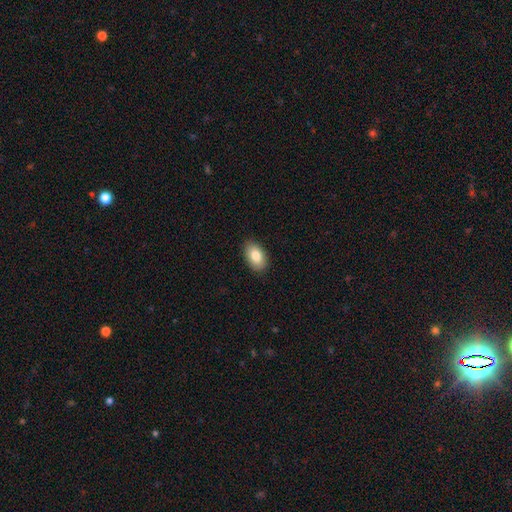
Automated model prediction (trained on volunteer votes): Smooth or featured? smooth (84%)
How rounded? in between (92%)
Merging? none (88%)